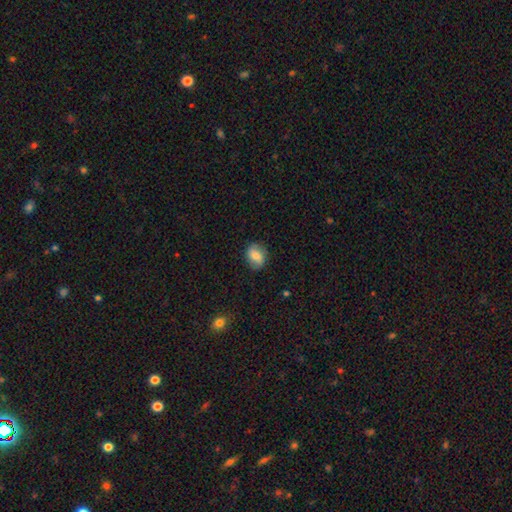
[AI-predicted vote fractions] A smooth galaxy with no disk features (73%) that is in between round and cigar-shaped (59%).

Vote fractions:
- Smooth or featured? smooth: 73% / featured or disk: 19% / star or artifact: 8%
- How rounded? in between: 59% / round: 40% / cigar-shaped: 1%
- Merging? none: 80% / minor disturbance: 15% / major disturbance: 3% / merger: 1%